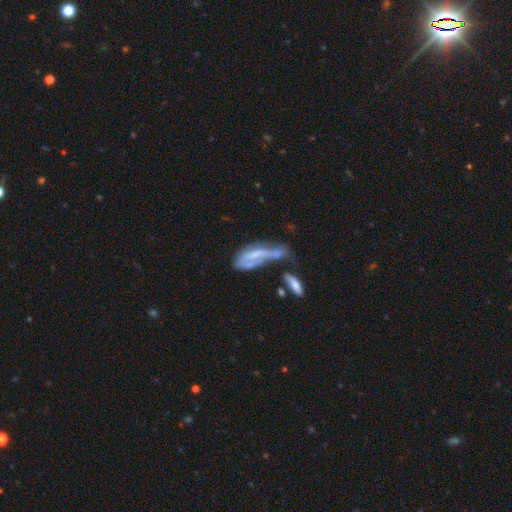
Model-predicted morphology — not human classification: The model was most divided on "smooth or featured": featured or disk: 54%, smooth: 37%, star or artifact: 9%. Remaining: edge-on disk — no (77%); merging — merger (44%).